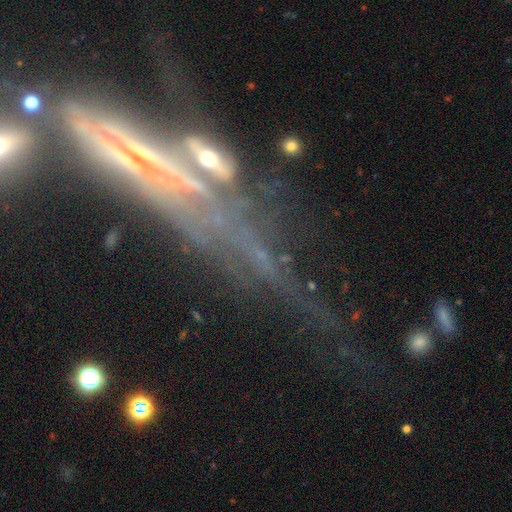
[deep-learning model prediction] Smooth or featured? featured or disk (63%)
Edge-on disk? yes (61%)
Merging? none (40%)